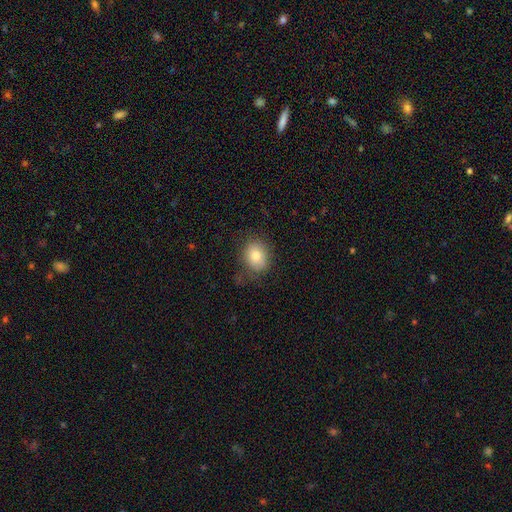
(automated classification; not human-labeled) A smooth galaxy with no disk features (80%) that is round (56%). Merging: none (73%).